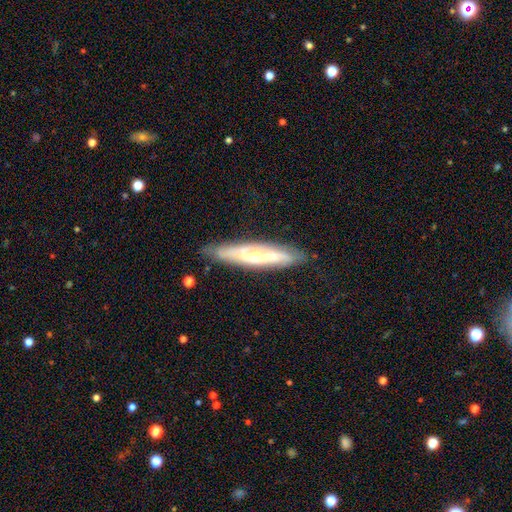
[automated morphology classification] Q: Smooth or featured?
A: featured or disk (65%); runner-up: smooth (29%)
Q: Edge-on disk?
A: yes (54%); runner-up: no (46%)
Q: Merging?
A: none (76%); runner-up: minor disturbance (18%)